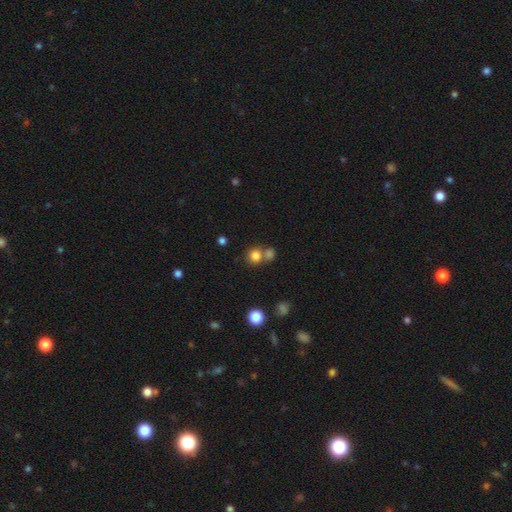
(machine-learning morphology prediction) This is clearly a smooth galaxy (81%). How rounded: clearly round (87%). Merging: possibly none (58%).